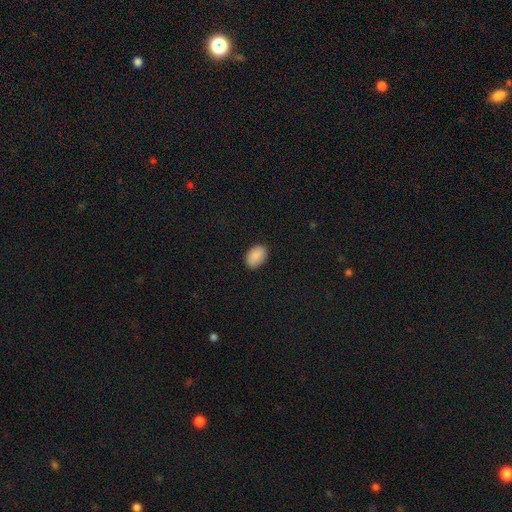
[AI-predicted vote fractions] This appears to be a smooth galaxy with no disk features (90%) that is in between round and cigar-shaped (87%). Merging: none (87%).